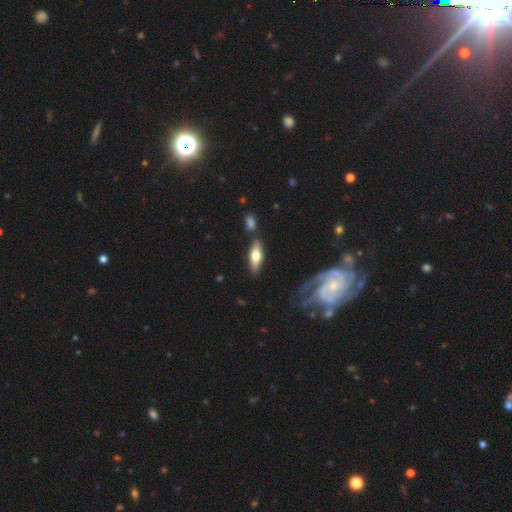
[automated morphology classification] Q: Smooth or featured?
A: smooth (52%); runner-up: featured or disk (42%)
Q: How rounded?
A: in between (56%); runner-up: cigar-shaped (41%)
Q: Merging?
A: none (77%); runner-up: minor disturbance (12%)